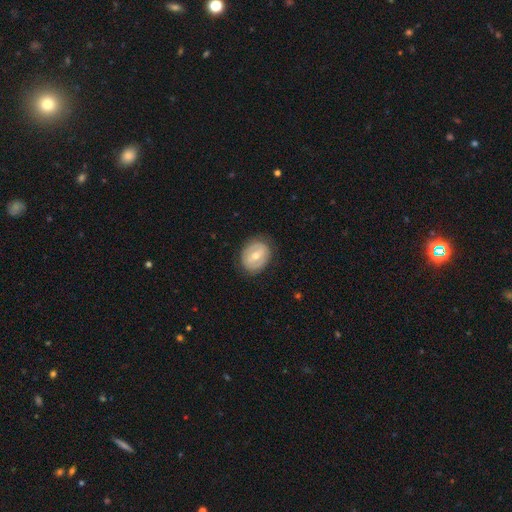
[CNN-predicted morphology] The model was most divided on "smooth or featured": featured or disk: 51%, smooth: 43%, star or artifact: 6%. More confident: edge-on disk — no (95%); merging — none (82%).